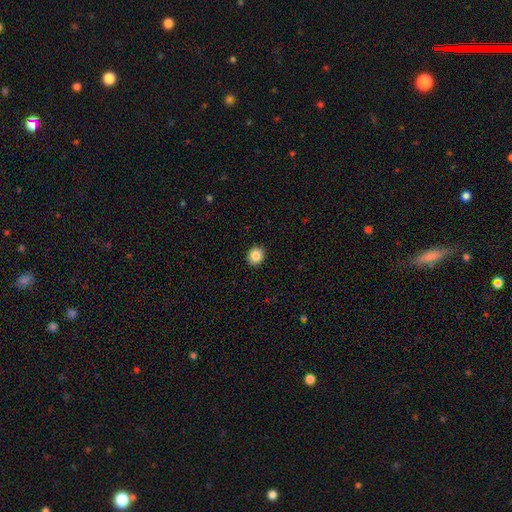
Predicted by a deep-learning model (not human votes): smooth-or-featured: smooth: 86% | star or artifact: 9% | featured or disk: 4%
  how-rounded: round: 80% | in between: 19% | cigar-shaped: 1%
  merging: none: 92% | minor disturbance: 5% | major disturbance: 2% | merger: 1%